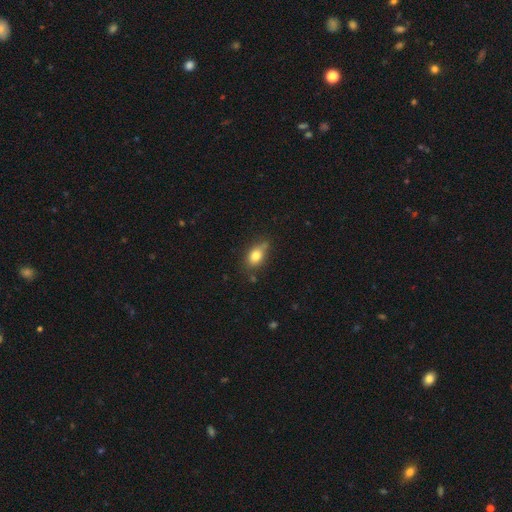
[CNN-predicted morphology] This is likely a smooth galaxy (79%). How rounded: likely in between (77%). Merging: likely none (64%).